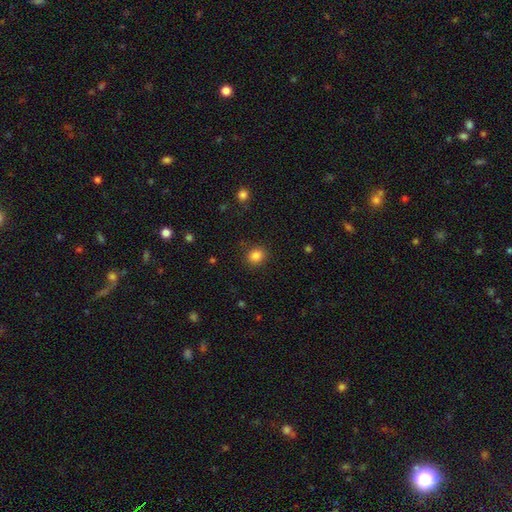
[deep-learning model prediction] smooth 84%, star or artifact 11%, featured or disk 4%. Down the decision tree: how rounded — round (73%); merging — none (88%).